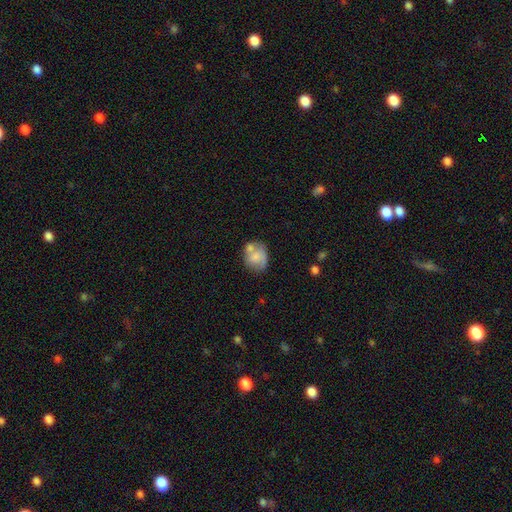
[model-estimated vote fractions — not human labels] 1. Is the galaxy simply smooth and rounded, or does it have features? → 64% smooth, 29% featured or disk, 8% star or artifact.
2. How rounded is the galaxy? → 56% round, 42% in between, 1% cigar-shaped.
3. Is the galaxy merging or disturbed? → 43% none, 29% merger, 20% minor disturbance, 8% major disturbance.